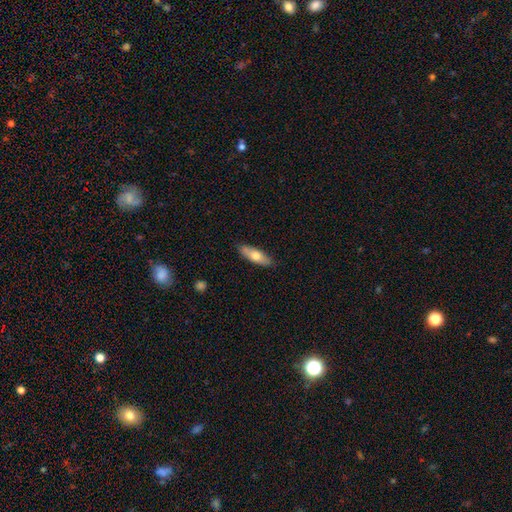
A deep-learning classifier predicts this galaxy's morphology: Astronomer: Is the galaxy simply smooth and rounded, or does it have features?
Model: smooth — 67%.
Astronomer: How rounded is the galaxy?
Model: in between — 54% (runner-up: cigar-shaped, 43%).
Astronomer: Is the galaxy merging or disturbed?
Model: none — 87%.